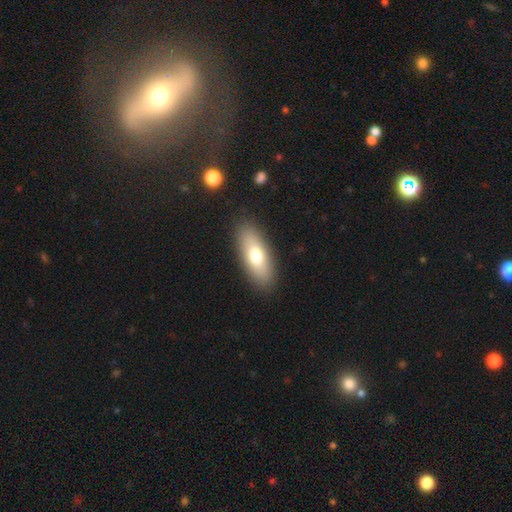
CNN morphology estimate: Overall: smooth (72%). How rounded: in between (71%). Merging: none (88%).